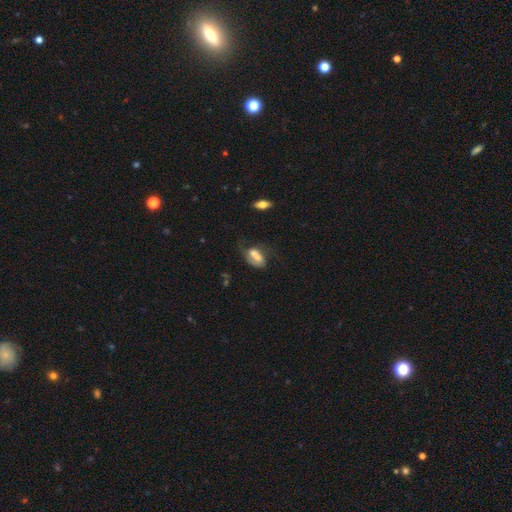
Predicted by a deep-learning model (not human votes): A smooth galaxy with no disk features (48%).

Vote fractions:
- Smooth or featured? smooth: 48% / featured or disk: 42% / star or artifact: 10%
- Merging? merger: 30% / none: 29% / major disturbance: 22% / minor disturbance: 19%